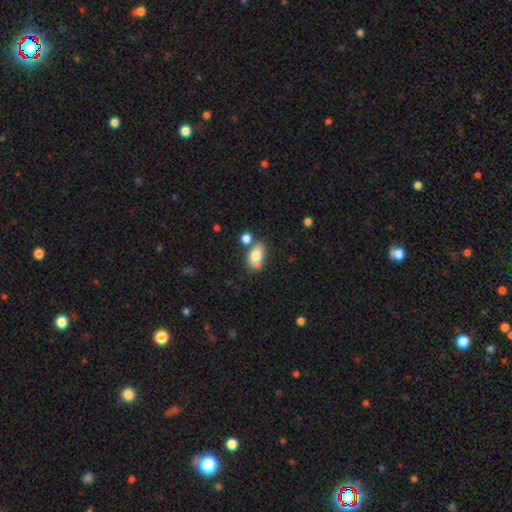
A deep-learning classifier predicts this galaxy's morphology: This is likely a smooth galaxy (77%). How rounded: clearly in between (89%). Merging: possibly none (59%).